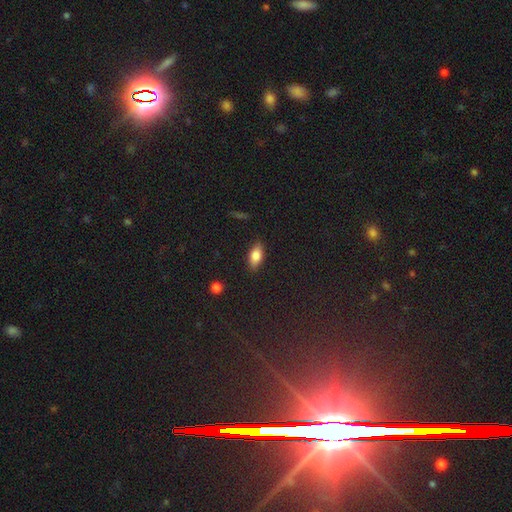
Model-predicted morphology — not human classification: Overall: smooth (79%). How rounded: in between (86%). Merging: none (86%).